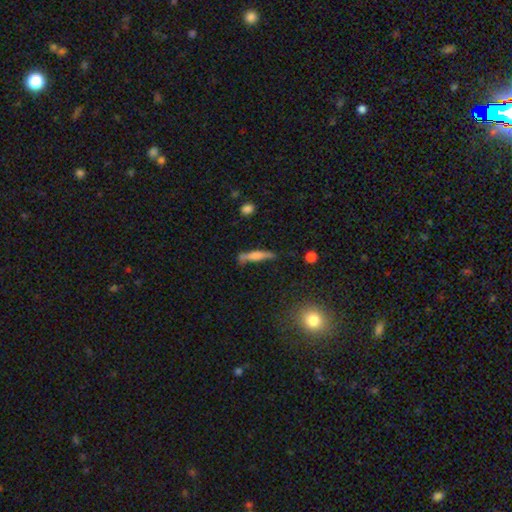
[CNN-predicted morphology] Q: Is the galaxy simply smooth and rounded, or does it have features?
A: smooth — 57%.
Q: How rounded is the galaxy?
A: cigar-shaped — 87%.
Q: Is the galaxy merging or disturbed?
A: none — 63%.